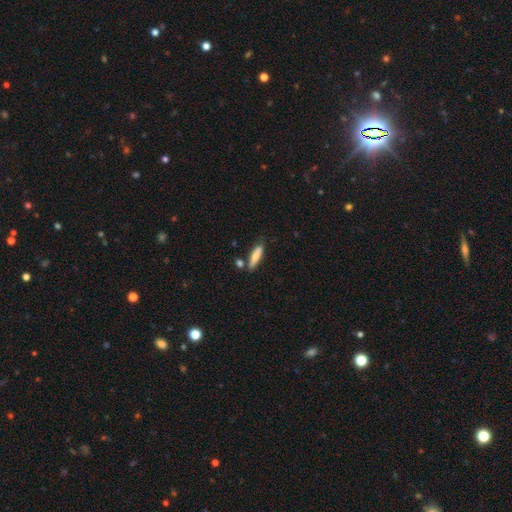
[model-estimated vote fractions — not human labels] Q: Smooth or featured?
A: smooth (75%); runner-up: featured or disk (19%)
Q: How rounded?
A: cigar-shaped (74%); runner-up: in between (24%)
Q: Merging?
A: none (69%); runner-up: minor disturbance (17%)